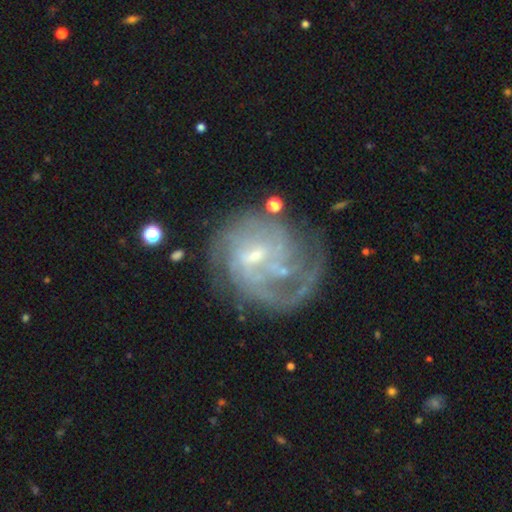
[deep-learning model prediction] Smooth or featured? Predicted: featured or disk (p=0.81). Edge-on disk? Predicted: no (p=0.98). Bar? Predicted: weak (p=0.54). Spiral arms? Predicted: yes (p=0.87). Spiral winding? Predicted: tight (p=0.46). Spiral arm count? Predicted: can't tell (p=0.41). Bulge size? Predicted: small (p=0.63). Merging? Predicted: none (p=0.53).